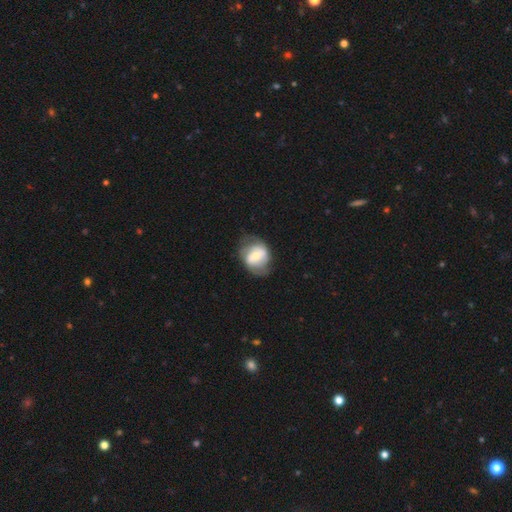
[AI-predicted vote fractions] Q: Smooth or featured?
A: featured or disk (56%); runner-up: smooth (37%)
Q: Edge-on disk?
A: no (96%); runner-up: yes (4%)
Q: Bar?
A: weak (39%); runner-up: no (33%)
Q: Spiral arms?
A: yes (67%); runner-up: no (33%)
Q: Bulge size?
A: moderate (52%); runner-up: small (36%)
Q: Merging?
A: none (60%); runner-up: minor disturbance (24%)